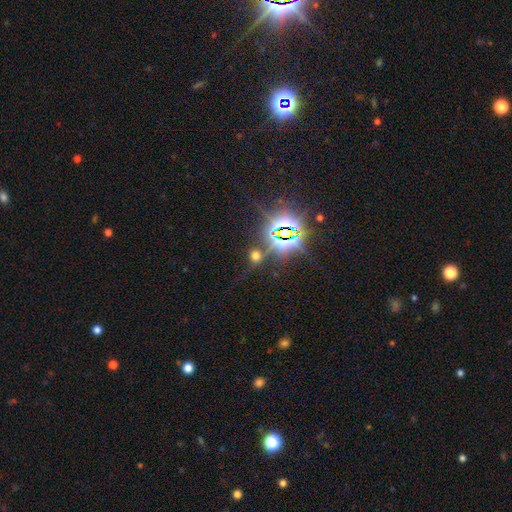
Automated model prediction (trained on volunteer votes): Overall: star or artifact (51%; smooth 39%).